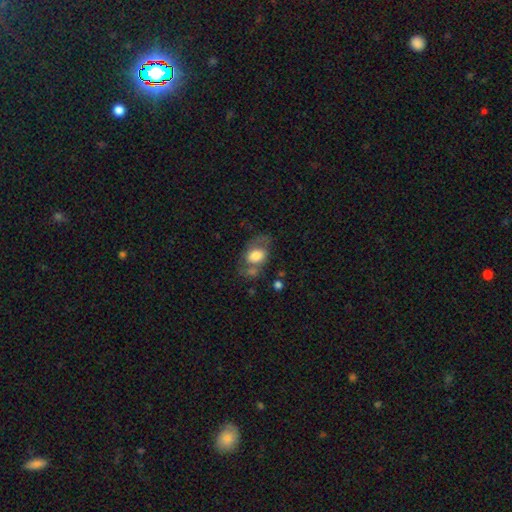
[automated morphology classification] Smooth or featured?
  - smooth: 62% *
  - featured or disk: 31%
  - star or artifact: 7%
How rounded?
  - in between: 74% *
  - round: 24%
  - cigar-shaped: 2%
Merging?
  - none: 45% *
  - minor disturbance: 23%
  - major disturbance: 18%
  - merger: 14%